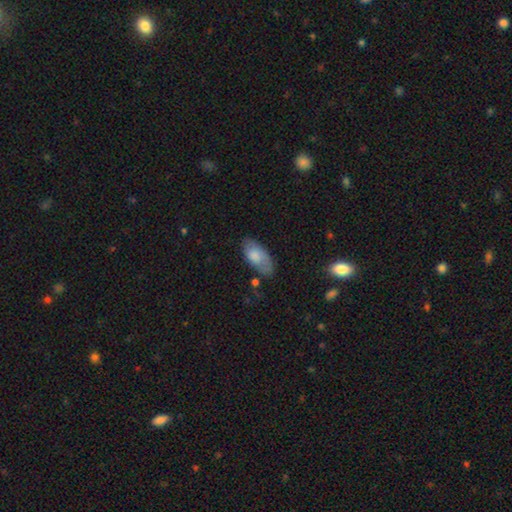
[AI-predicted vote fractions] The model was most divided on "merging": none: 66%, minor disturbance: 24%, major disturbance: 6%, merger: 3%. More confident: how rounded — in between (92%); smooth or featured — smooth (76%).